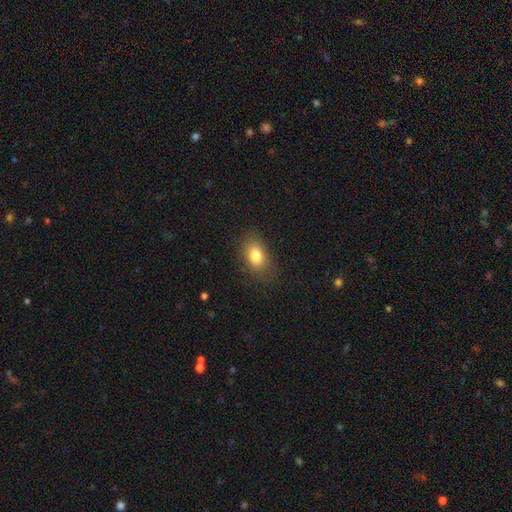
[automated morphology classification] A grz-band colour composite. It shows a smooth galaxy with no disk features (81%) that is in between round and cigar-shaped (82%). Merging: none (81%).